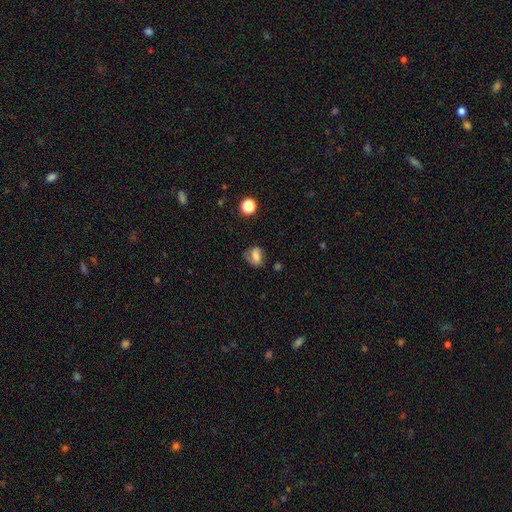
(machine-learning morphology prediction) Smooth or featured: smooth — 55% (featured or disk — 34%)
How rounded: in between — 65% (round — 33%)
Merging: none — 52% (minor disturbance — 27%)